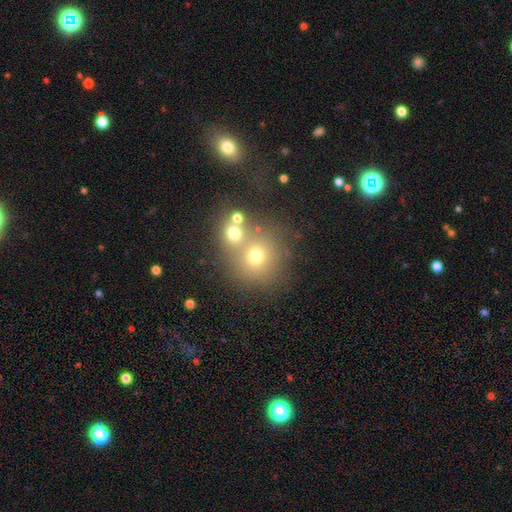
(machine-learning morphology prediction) smooth-or-featured: smooth: 65% | star or artifact: 19% | featured or disk: 16%
  how-rounded: round: 85% | in between: 14% | cigar-shaped: 1%
  merging: none: 48% | merger: 38% | minor disturbance: 9% | major disturbance: 5%